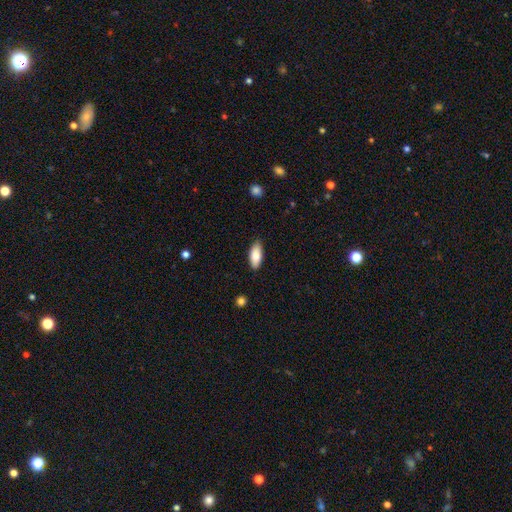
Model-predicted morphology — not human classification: Q: Smooth or featured?
A: smooth (85%); runner-up: featured or disk (9%)
Q: How rounded?
A: in between (85%); runner-up: cigar-shaped (13%)
Q: Merging?
A: none (84%); runner-up: minor disturbance (13%)